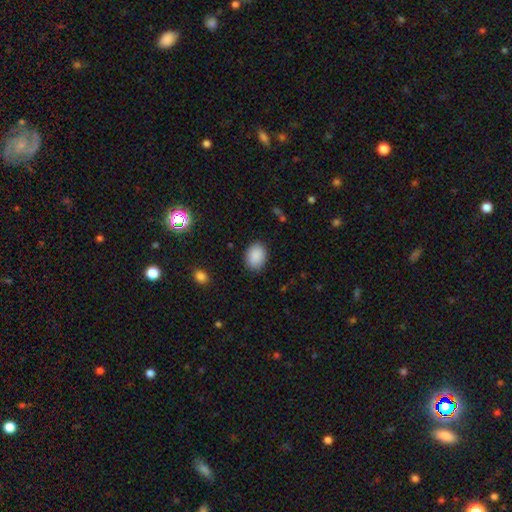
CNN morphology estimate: Smooth or featured? Predicted: smooth (p=0.89). How rounded? Predicted: in between (p=0.70). Merging? Predicted: none (p=0.86).